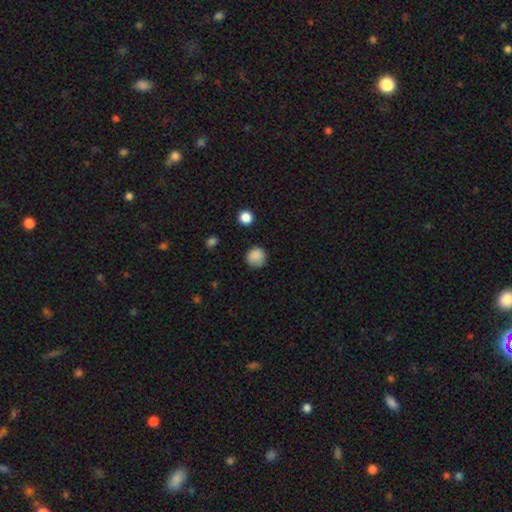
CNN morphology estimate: Overall: smooth (86%). How rounded: round (91%). Merging: none (84%).